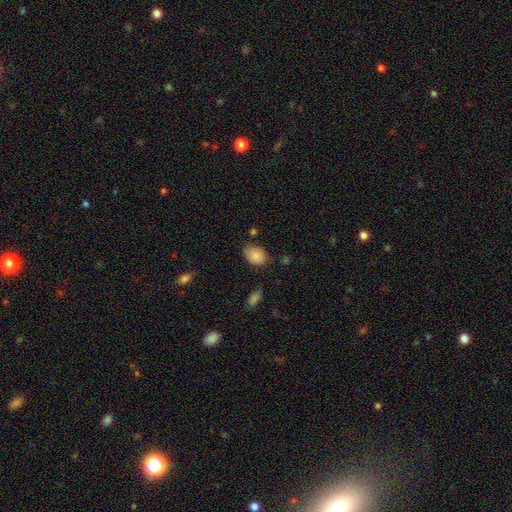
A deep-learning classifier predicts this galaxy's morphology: smooth 86%, star or artifact 8%, featured or disk 6%. Down the decision tree: how rounded — in between (75%); merging — none (71%).